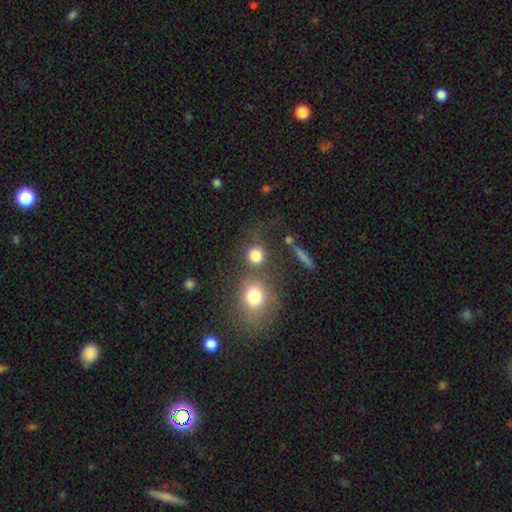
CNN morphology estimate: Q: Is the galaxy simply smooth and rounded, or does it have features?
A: smooth — 80%.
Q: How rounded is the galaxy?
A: round — 88%.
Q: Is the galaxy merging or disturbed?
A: none — 57%.